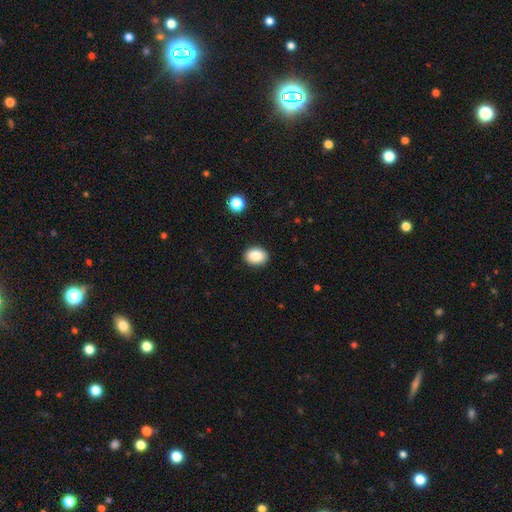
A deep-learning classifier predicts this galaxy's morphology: Smooth or featured? smooth (87%)
How rounded? in between (62%)
Merging? none (90%)